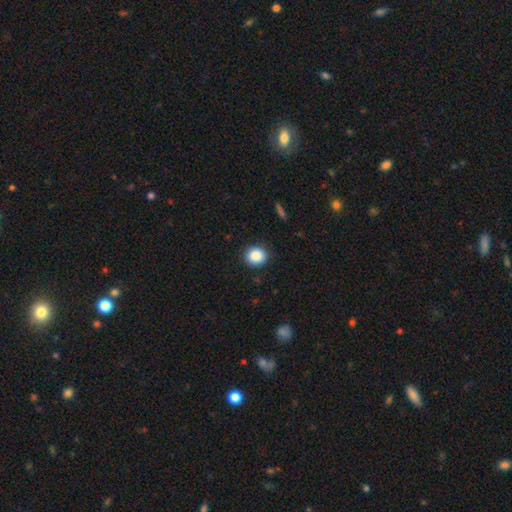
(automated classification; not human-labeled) Smooth or featured: smooth — 88% (star or artifact — 9%)
How rounded: round — 84% (in between — 15%)
Merging: none — 90% (minor disturbance — 7%)